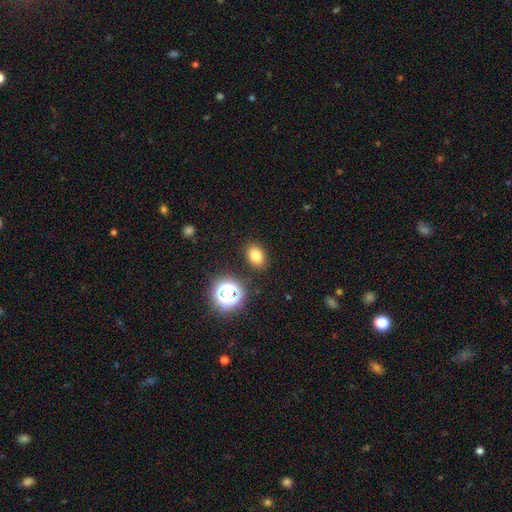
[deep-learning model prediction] This is likely a smooth galaxy (77%). How rounded: likely in between (72%). Merging: clearly none (86%).